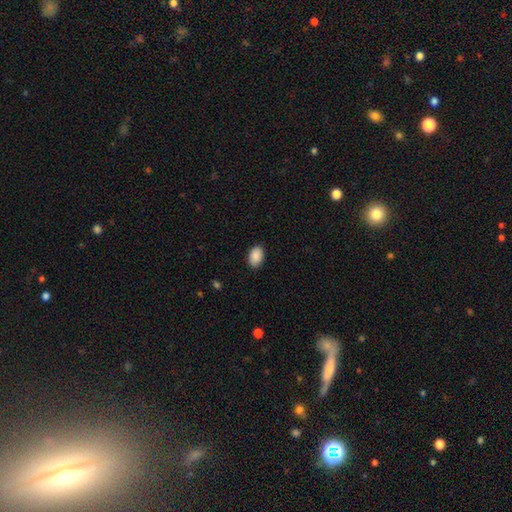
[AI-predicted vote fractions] smooth 90%, star or artifact 7%, featured or disk 3%. Down the decision tree: how rounded — in between (88%); merging — none (87%).